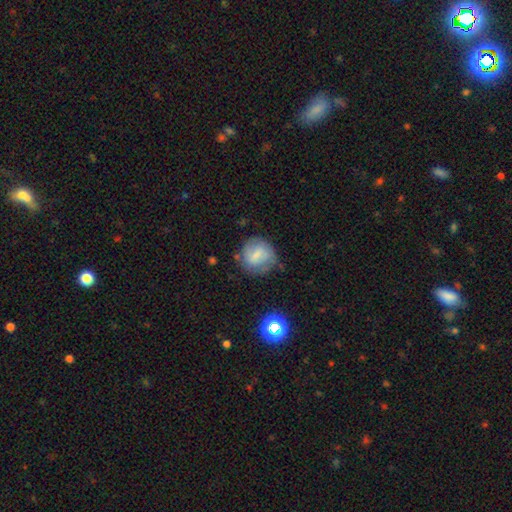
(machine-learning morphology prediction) A smooth galaxy with no disk features (62%) that is round (82%).

Vote fractions:
- Smooth or featured? smooth: 62% / featured or disk: 28% / star or artifact: 9%
- How rounded? round: 82% / in between: 17% / cigar-shaped: 1%
- Merging? none: 64% / minor disturbance: 23% / major disturbance: 9% / merger: 3%